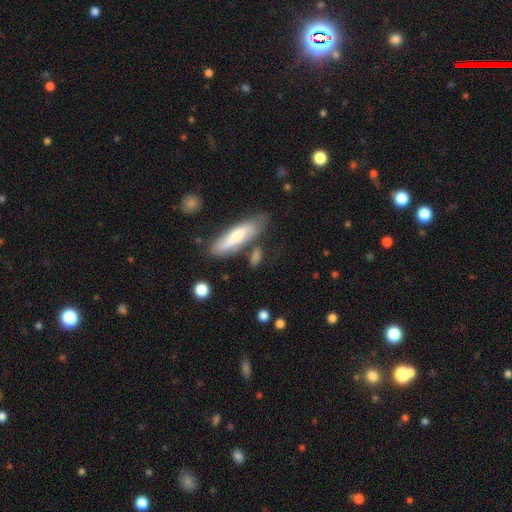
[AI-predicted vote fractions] smooth-or-featured: smooth: 58% | featured or disk: 35% | star or artifact: 7%
  how-rounded: cigar-shaped: 55% | in between: 40% | round: 5%
  merging: none: 63% | minor disturbance: 20% | merger: 10% | major disturbance: 7%